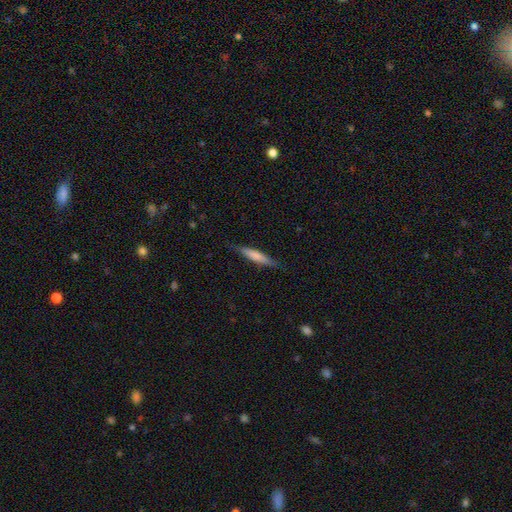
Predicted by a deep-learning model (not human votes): This is likely a smooth galaxy (64%). How rounded: clearly cigar-shaped (89%). Merging: clearly none (85%).